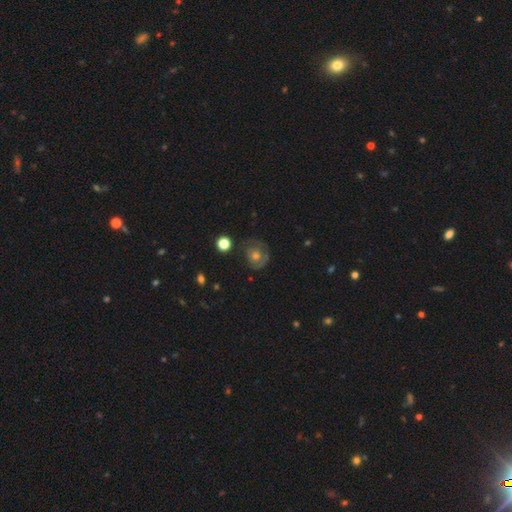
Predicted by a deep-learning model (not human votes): A featured or disk galaxy (52%) with no bar (87%), spiral arms (56%) and a moderate central bulge (63%).

Vote fractions:
- Smooth or featured? featured or disk: 52% / smooth: 37% / star or artifact: 10%
- Edge-on disk? no: 96% / yes: 4%
- Bar? no: 87% / weak: 11% / strong: 2%
- Spiral arms? yes: 56% / no: 44%
- Bulge size? moderate: 63% / small: 26% / large: 7% / none: 2% / dominant: 1%
- Merging? none: 67% / minor disturbance: 20% / major disturbance: 11% / merger: 2%